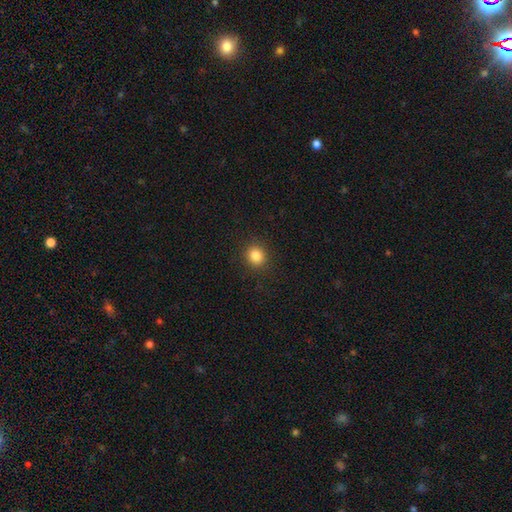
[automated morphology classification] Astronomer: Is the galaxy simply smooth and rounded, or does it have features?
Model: smooth — 84%.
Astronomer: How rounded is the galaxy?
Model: round — 79%.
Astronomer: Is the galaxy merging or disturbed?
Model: none — 90%.